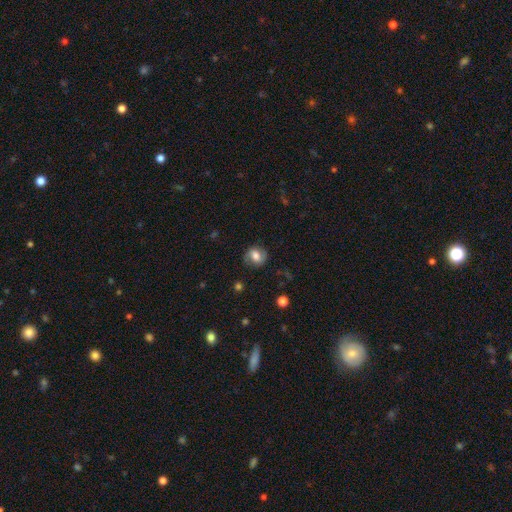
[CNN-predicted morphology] Smooth or featured: smooth — 66% (featured or disk — 25%)
How rounded: round — 73% (in between — 26%)
Merging: none — 80% (minor disturbance — 14%)